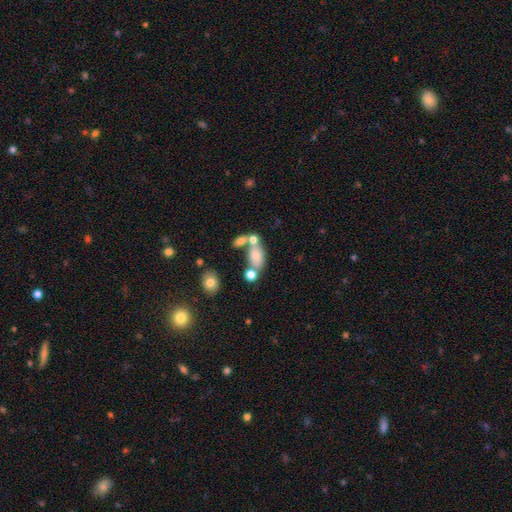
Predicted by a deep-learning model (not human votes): Q: Smooth or featured?
A: smooth (67%); runner-up: featured or disk (23%)
Q: How rounded?
A: in between (83%); runner-up: round (11%)
Q: Merging?
A: merger (40%); runner-up: none (38%)